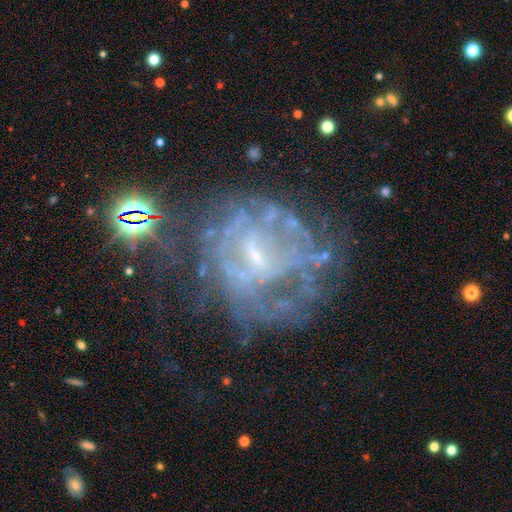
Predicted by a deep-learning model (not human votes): Smooth or featured? featured or disk (72%)
Edge-on disk? no (97%)
Bar? weak (46%)
Spiral arms? no (51%)
Bulge size? small (58%)
Merging? none (47%)